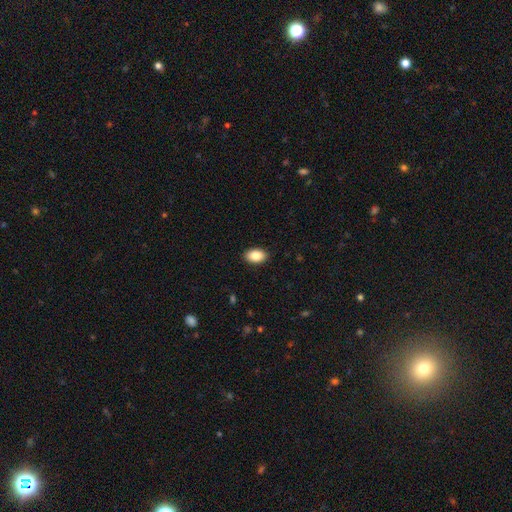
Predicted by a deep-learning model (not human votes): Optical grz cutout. It shows a smooth galaxy with no disk features (86%) that is in between round and cigar-shaped (90%). Merging: none (90%).